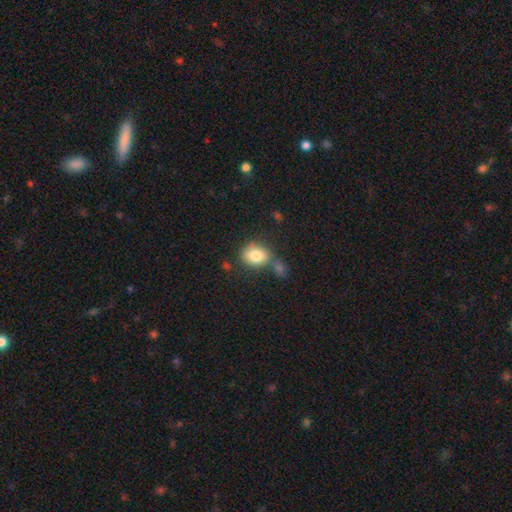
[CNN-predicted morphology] Smooth or featured? smooth (80%)
How rounded? round (52%)
Merging? none (53%)